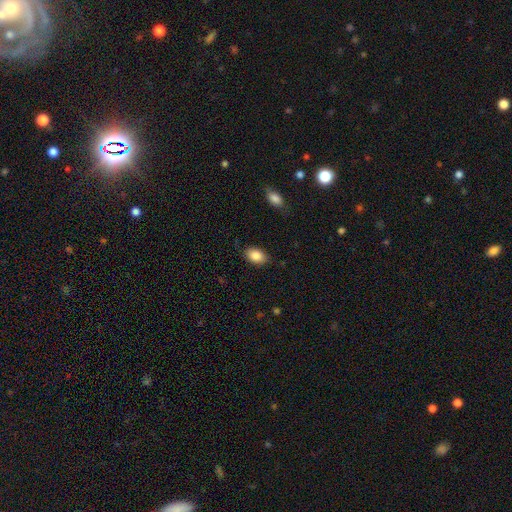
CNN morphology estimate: The model was most divided on "merging": none: 83%, minor disturbance: 13%, major disturbance: 3%, merger: 1%. More confident: how rounded — in between (88%); smooth or featured — smooth (87%).